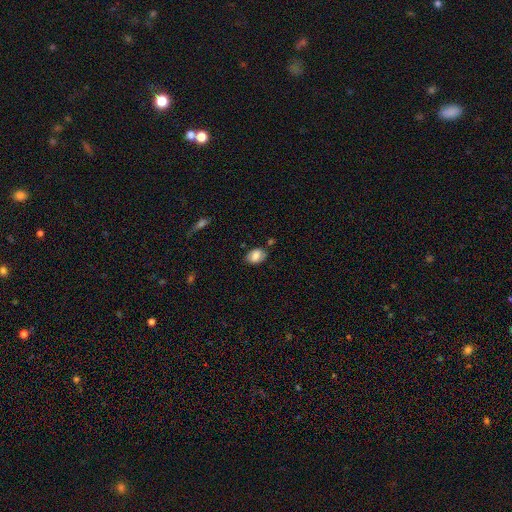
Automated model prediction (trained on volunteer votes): Morphology: type=smooth (78%); roundness=in between (81%); merging=none (76%).